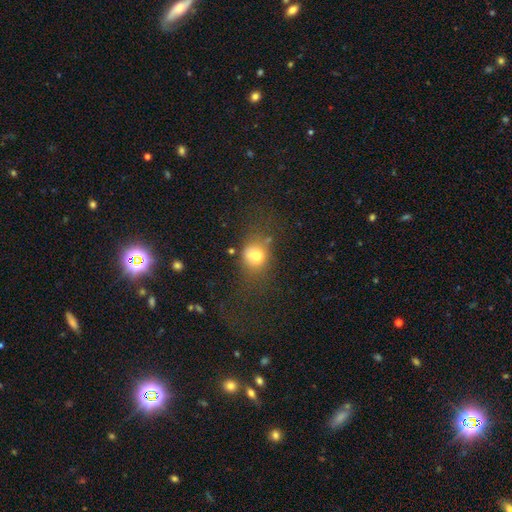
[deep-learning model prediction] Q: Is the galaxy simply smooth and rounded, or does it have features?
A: smooth — 65%.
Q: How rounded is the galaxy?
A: round — 62%.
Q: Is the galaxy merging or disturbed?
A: none — 42%.